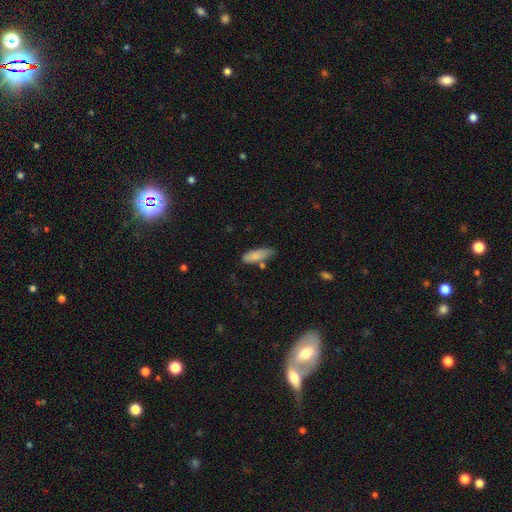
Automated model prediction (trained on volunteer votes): Smooth or featured? Predicted: smooth (p=0.82). How rounded? Predicted: in between (p=0.62). Merging? Predicted: none (p=0.58).